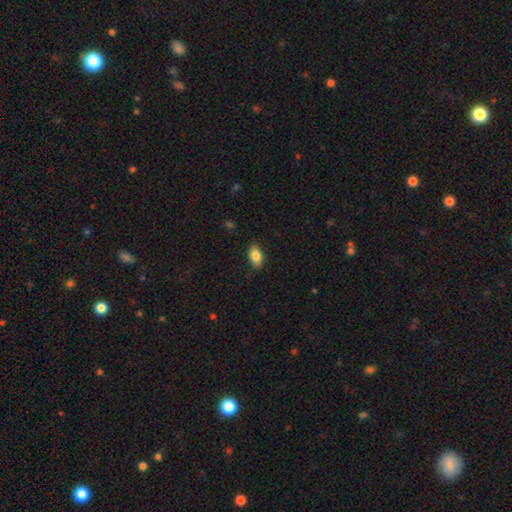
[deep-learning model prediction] Overall: smooth (84%). How rounded: in between (90%). Merging: none (88%).